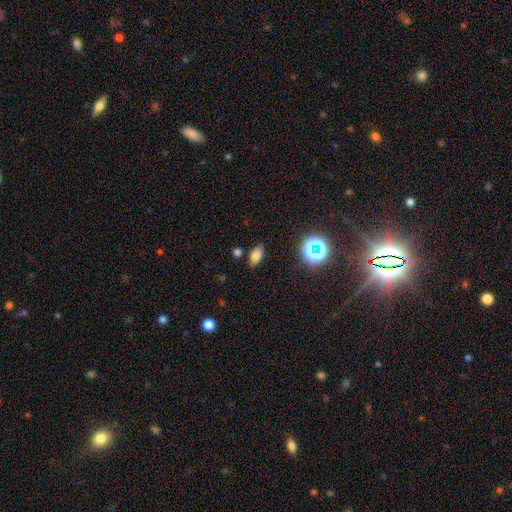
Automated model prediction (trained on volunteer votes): The model was most divided on "smooth or featured": smooth: 74%, star or artifact: 16%, featured or disk: 10%. More confident: how rounded — in between (86%); merging — none (83%).